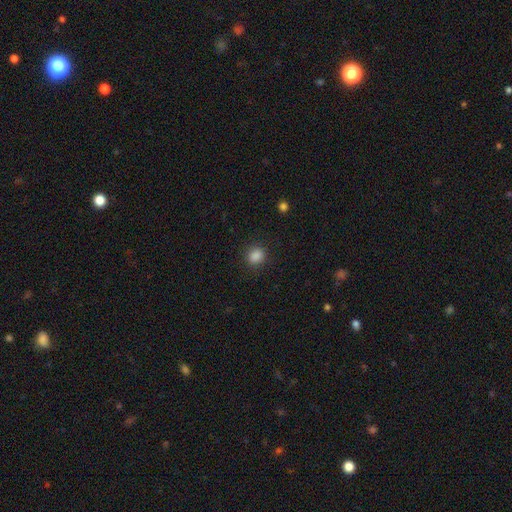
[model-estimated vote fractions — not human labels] Smooth or featured? Predicted: smooth (p=0.86). How rounded? Predicted: round (p=0.73). Merging? Predicted: none (p=0.89).